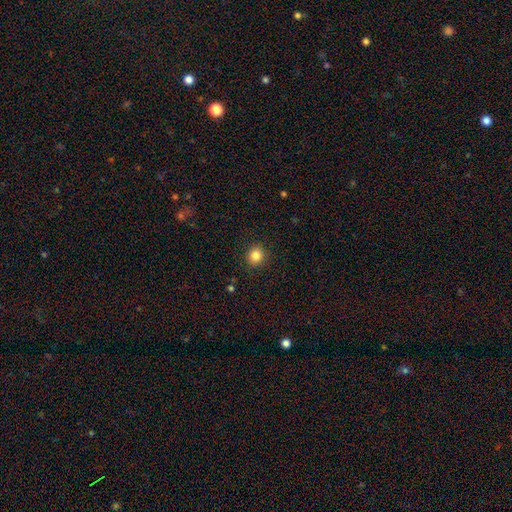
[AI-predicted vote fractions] A smooth galaxy with no disk features (84%) that is round (82%).

Vote fractions:
- Smooth or featured? smooth: 84% / star or artifact: 11% / featured or disk: 5%
- How rounded? round: 82% / in between: 17% / cigar-shaped: 1%
- Merging? none: 90% / minor disturbance: 6% / major disturbance: 2% / merger: 1%